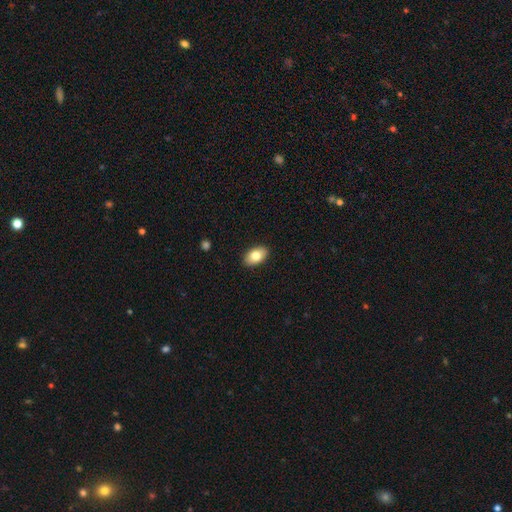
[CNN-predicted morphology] This is likely a smooth galaxy (79%). How rounded: clearly in between (91%). Merging: clearly none (89%).